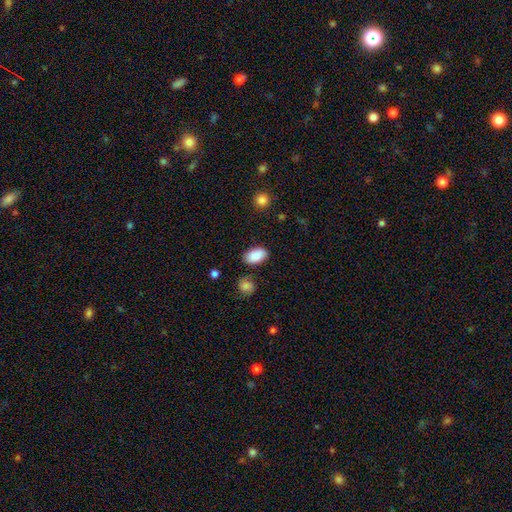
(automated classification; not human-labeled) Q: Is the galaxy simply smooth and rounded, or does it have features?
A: smooth — 89%.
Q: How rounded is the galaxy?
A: in between — 93%.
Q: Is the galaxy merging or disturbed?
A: none — 79%.